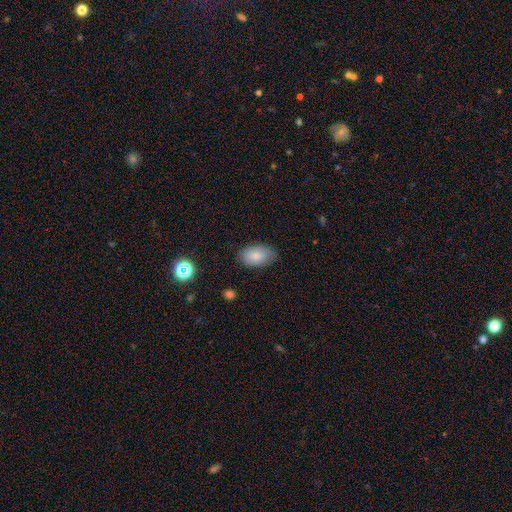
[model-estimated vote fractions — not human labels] This is clearly a smooth galaxy (81%). How rounded: clearly in between (93%). Merging: clearly none (80%).